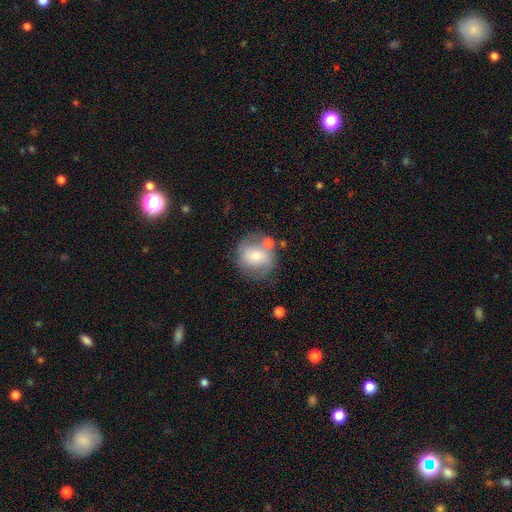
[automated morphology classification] smooth-or-featured: featured or disk: 49% | smooth: 42% | star or artifact: 8%
  merging: none: 63% | minor disturbance: 17% | merger: 13% | major disturbance: 7%